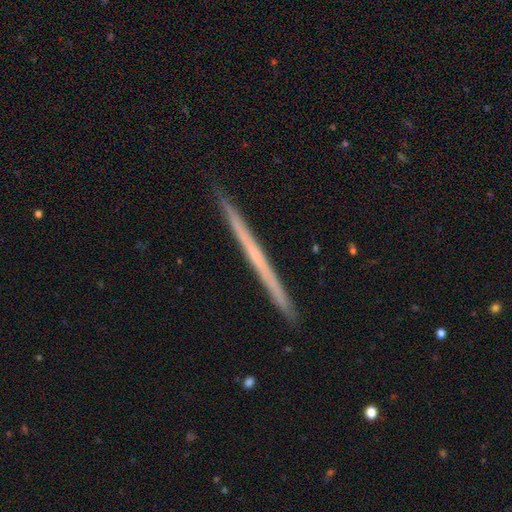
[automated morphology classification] type=featured or disk (58%); edge-on=yes (98%); edge-on bulge=none (92%); merging=none (92%).